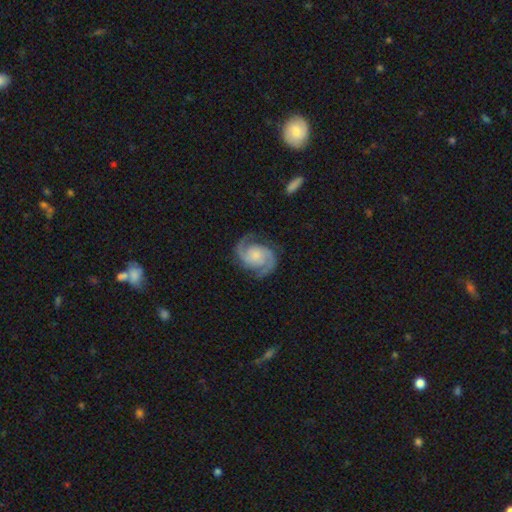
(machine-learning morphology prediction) Overall: featured or disk (92%). Edge-on disk: no (98%). Bar: no (70%). Spiral arms: yes (99%). Spiral arm count: 2 (93%). Spiral winding: medium (55%; tight 34%). Bulge size: small (46%; moderate 30%). Merging: none (82%).